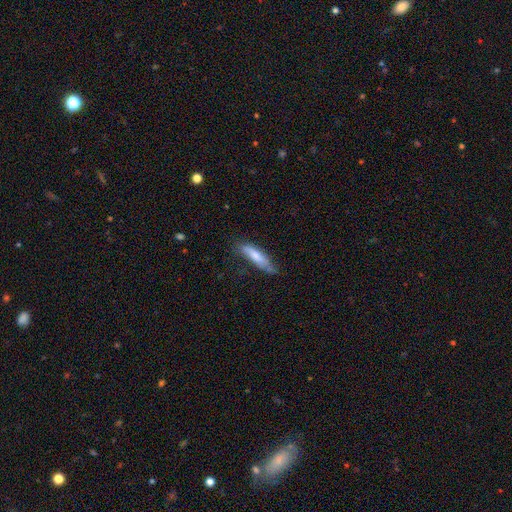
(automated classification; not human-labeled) Smooth or featured: smooth — 71% (featured or disk — 23%)
How rounded: cigar-shaped — 73% (in between — 26%)
Merging: none — 58% (minor disturbance — 31%)